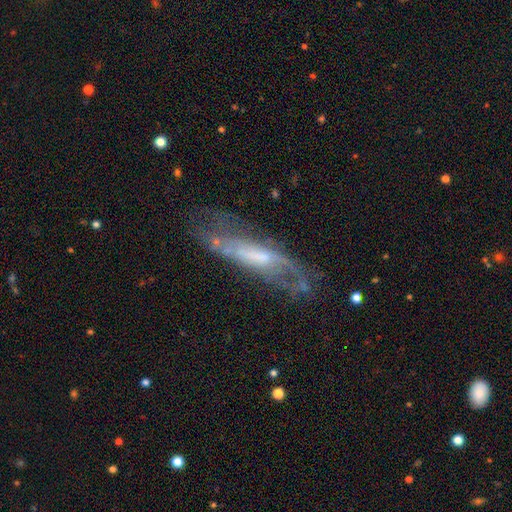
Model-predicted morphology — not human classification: Overall: featured or disk (69%). Edge-on disk: no (65%; yes 35%). Merging: none (53%; minor disturbance 23%).